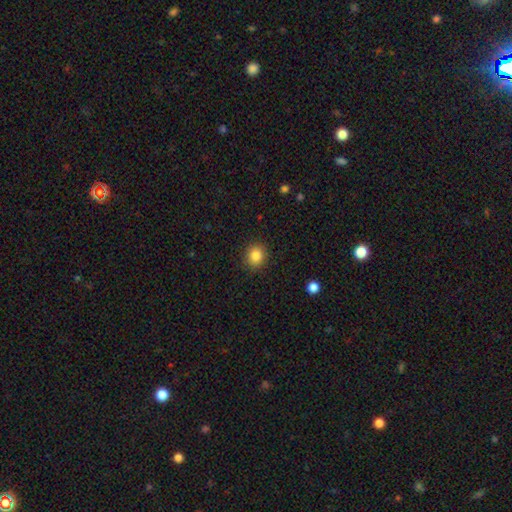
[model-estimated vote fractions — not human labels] smooth_or_featured: smooth (p=0.85) [alt: star or artifact p=0.10]
how_rounded: round (p=0.82) [alt: in between p=0.17]
merging: none (p=0.90) [alt: minor disturbance p=0.07]